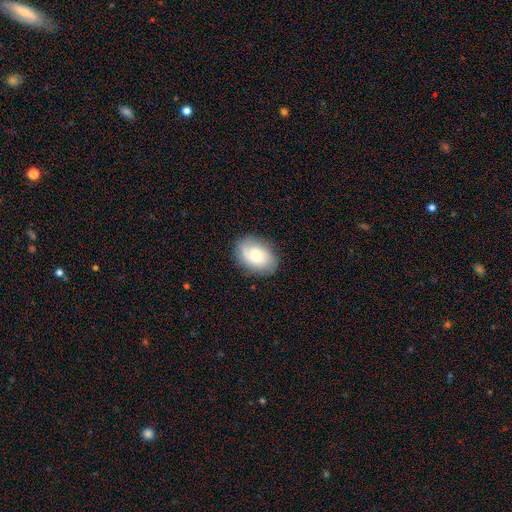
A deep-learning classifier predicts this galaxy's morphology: Smooth or featured?
  - smooth: 49% *
  - featured or disk: 43%
  - star or artifact: 8%
Merging?
  - none: 84% *
  - minor disturbance: 12%
  - major disturbance: 3%
  - merger: 1%